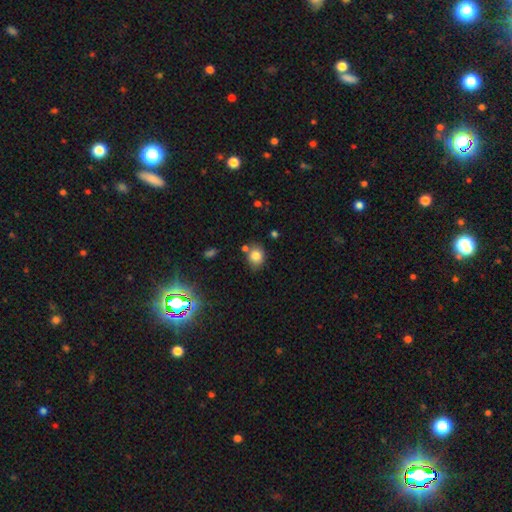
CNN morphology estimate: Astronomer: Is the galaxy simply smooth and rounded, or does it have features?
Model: smooth — 81%.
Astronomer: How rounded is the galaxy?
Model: round — 56% (runner-up: in between, 43%).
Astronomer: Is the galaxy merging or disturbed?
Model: none — 70%.